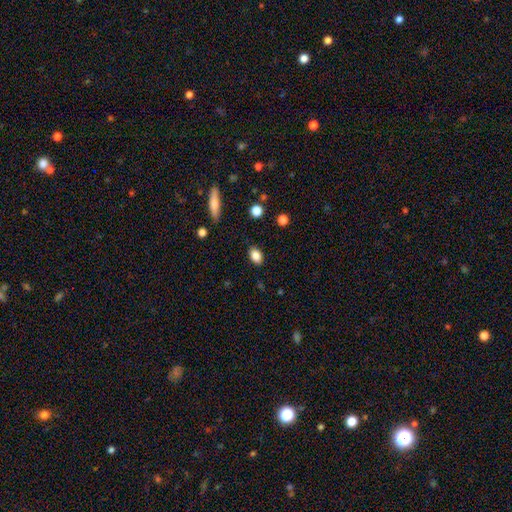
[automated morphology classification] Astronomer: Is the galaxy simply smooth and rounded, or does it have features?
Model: smooth — 85%.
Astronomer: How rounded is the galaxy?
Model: in between — 82%.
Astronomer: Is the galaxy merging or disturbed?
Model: none — 85%.